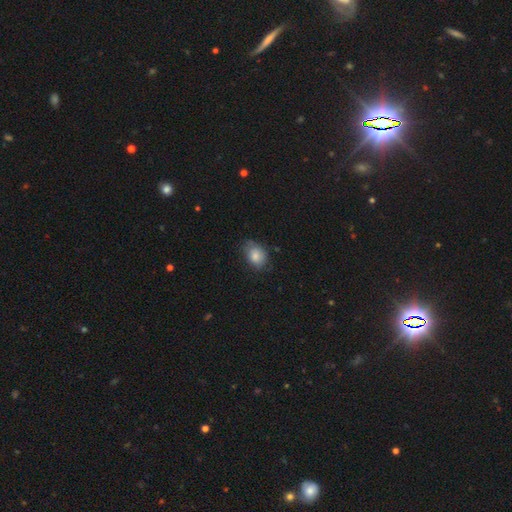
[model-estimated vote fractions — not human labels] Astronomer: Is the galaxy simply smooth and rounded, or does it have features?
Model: smooth — 82%.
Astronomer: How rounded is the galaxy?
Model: in between — 71%.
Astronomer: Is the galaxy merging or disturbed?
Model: none — 65%.